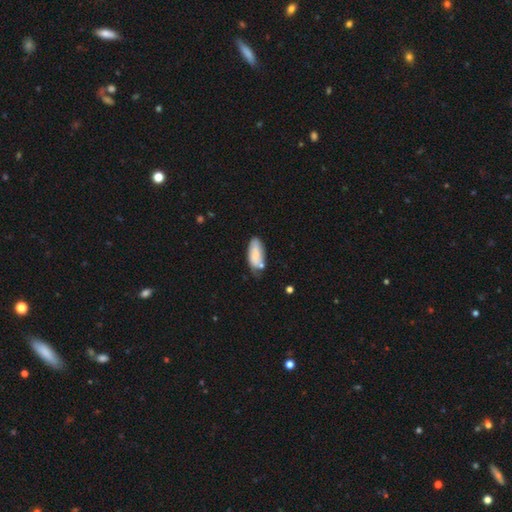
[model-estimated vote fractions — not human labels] smooth 75%, featured or disk 19%, star or artifact 6%. Down the decision tree: how rounded — in between (84%); merging — none (53%).